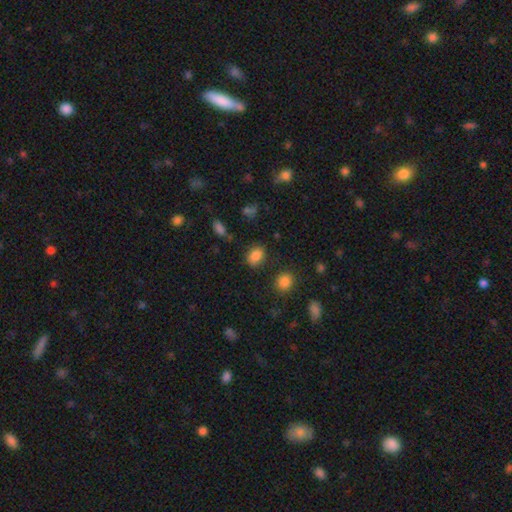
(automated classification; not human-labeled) smooth-or-featured: smooth: 84% | star or artifact: 11% | featured or disk: 5%
  how-rounded: in between: 69% | round: 29% | cigar-shaped: 1%
  merging: none: 81% | minor disturbance: 12% | major disturbance: 3% | merger: 3%